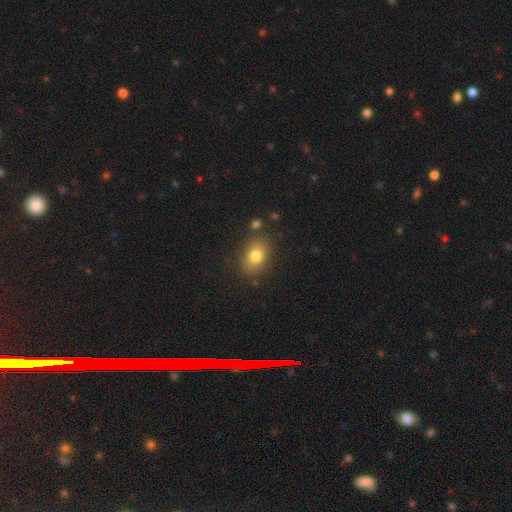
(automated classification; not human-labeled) The model was most divided on "how rounded": in between: 73%, round: 25%, cigar-shaped: 2%. More confident: merging — none (81%); smooth or featured — smooth (79%).